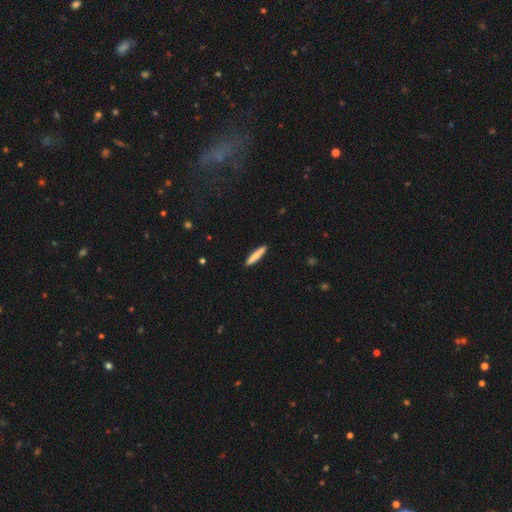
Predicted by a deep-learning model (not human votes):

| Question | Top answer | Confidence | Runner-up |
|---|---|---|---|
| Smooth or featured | smooth | 79% | featured or disk (15%) |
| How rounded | cigar-shaped | 92% | in between (7%) |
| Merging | none | 91% | minor disturbance (6%) |